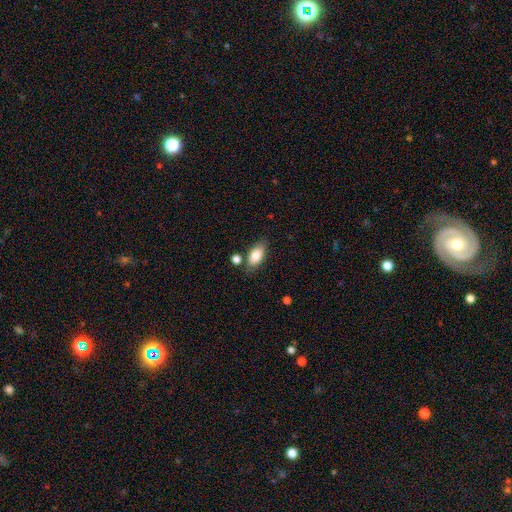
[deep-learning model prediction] Smooth or featured? smooth (83%)
How rounded? in between (90%)
Merging? none (72%)